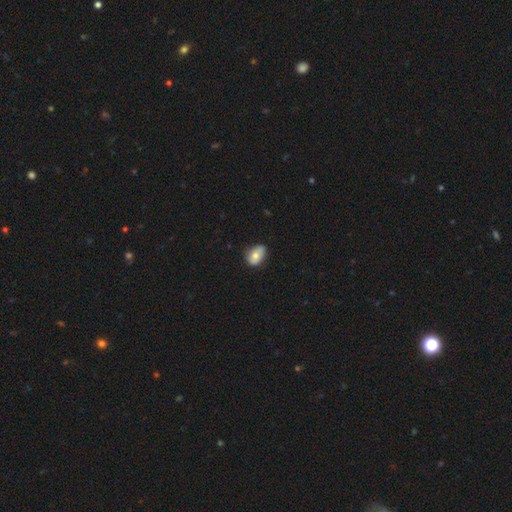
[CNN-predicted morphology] This appears to be a smooth galaxy with no disk features (70%) that is in between round and cigar-shaped (79%). Merging: none (70%).